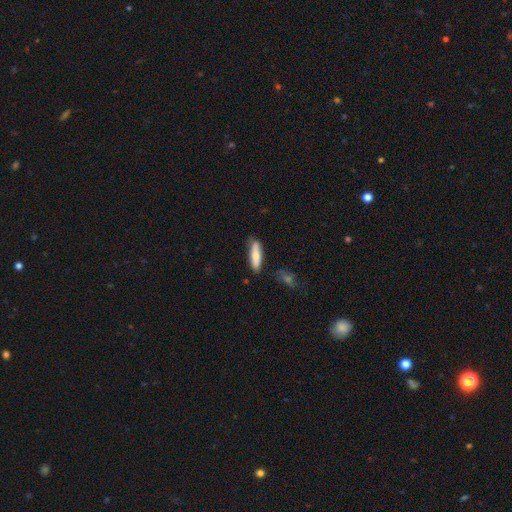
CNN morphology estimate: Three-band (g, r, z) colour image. It shows a smooth galaxy with no disk features (70%) that is cigar-shaped (66%). Merging: none (80%).